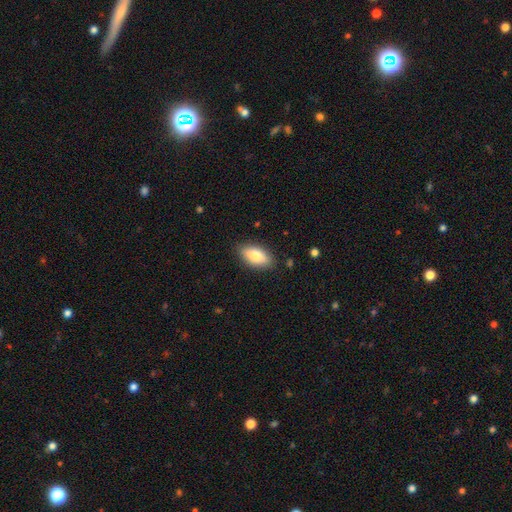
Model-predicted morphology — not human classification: This appears to be a smooth galaxy with no disk features (78%) that is in between round and cigar-shaped (87%). Merging: none (85%).